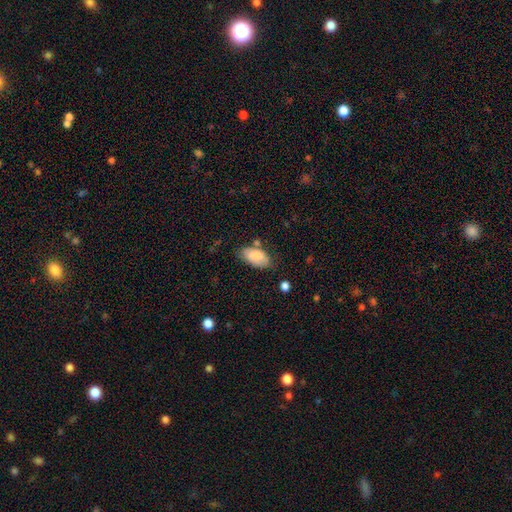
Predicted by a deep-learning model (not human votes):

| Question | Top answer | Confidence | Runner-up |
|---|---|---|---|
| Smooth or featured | smooth | 84% | featured or disk (9%) |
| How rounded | in between | 94% | round (4%) |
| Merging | none | 63% | minor disturbance (24%) |